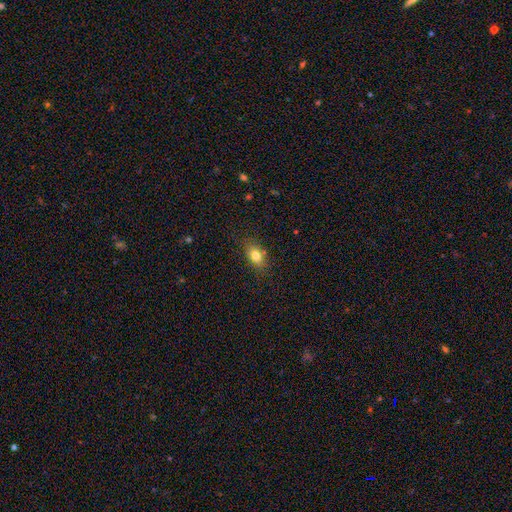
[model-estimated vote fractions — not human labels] Smooth or featured?
  - smooth: 79% *
  - featured or disk: 11%
  - star or artifact: 10%
How rounded?
  - in between: 81% *
  - round: 16%
  - cigar-shaped: 3%
Merging?
  - none: 79% *
  - minor disturbance: 14%
  - major disturbance: 4%
  - merger: 3%